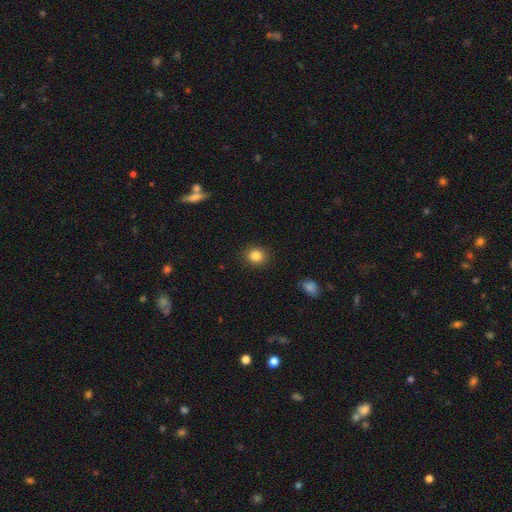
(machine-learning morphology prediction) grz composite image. It shows a smooth galaxy with no disk features (84%) that is round (80%). Merging: none (90%).